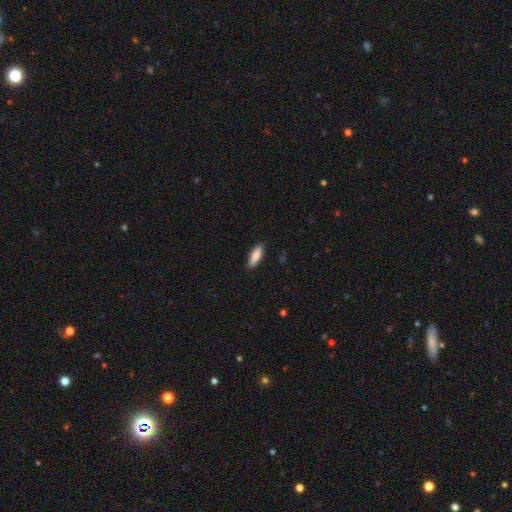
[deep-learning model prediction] This appears to be a smooth galaxy with no disk features (85%) that is cigar-shaped (58%). Merging: none (87%).